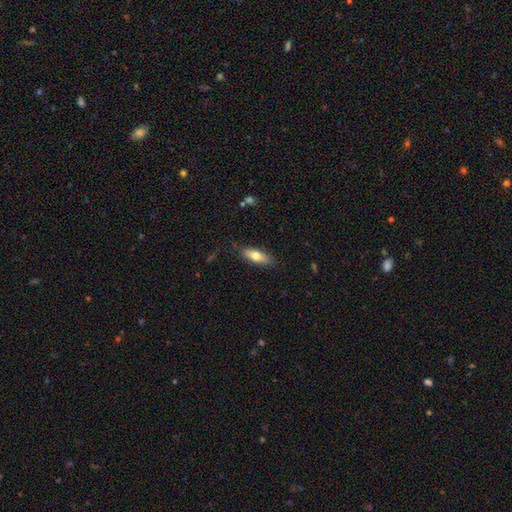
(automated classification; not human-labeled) smooth 68%, featured or disk 25%, star or artifact 6%. Down the decision tree: how rounded — in between (61%); merging — none (82%).